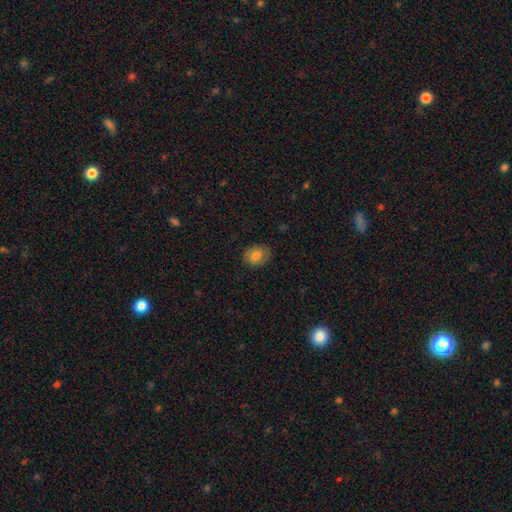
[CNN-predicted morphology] Q: Smooth or featured?
A: smooth (77%); runner-up: featured or disk (15%)
Q: How rounded?
A: in between (62%); runner-up: round (37%)
Q: Merging?
A: none (81%); runner-up: minor disturbance (14%)